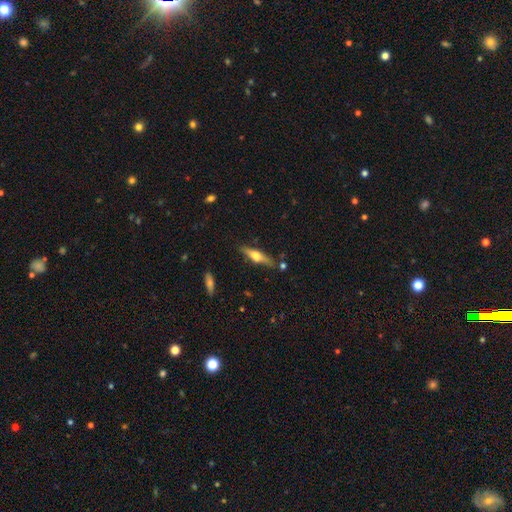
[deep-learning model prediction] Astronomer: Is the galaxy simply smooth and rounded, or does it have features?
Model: featured or disk — 58% (runner-up: smooth, 35%).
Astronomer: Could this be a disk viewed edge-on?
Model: yes — 95%.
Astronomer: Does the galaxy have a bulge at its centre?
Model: rounded — 90%.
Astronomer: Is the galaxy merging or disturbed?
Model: none — 80%.